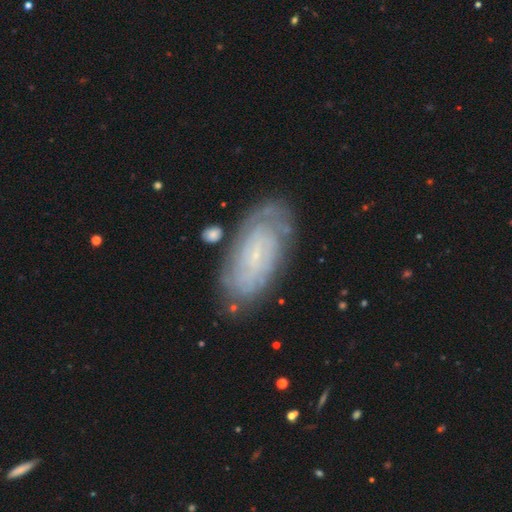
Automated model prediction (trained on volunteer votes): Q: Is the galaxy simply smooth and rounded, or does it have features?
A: featured or disk — 74%.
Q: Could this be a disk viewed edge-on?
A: no — 94%.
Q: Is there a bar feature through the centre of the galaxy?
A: no — 58%.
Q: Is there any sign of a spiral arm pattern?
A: yes — 91%.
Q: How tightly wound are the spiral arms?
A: tight — 76%.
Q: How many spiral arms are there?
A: can't tell — 51%.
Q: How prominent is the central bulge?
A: small — 82%.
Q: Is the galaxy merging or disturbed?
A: none — 76%.